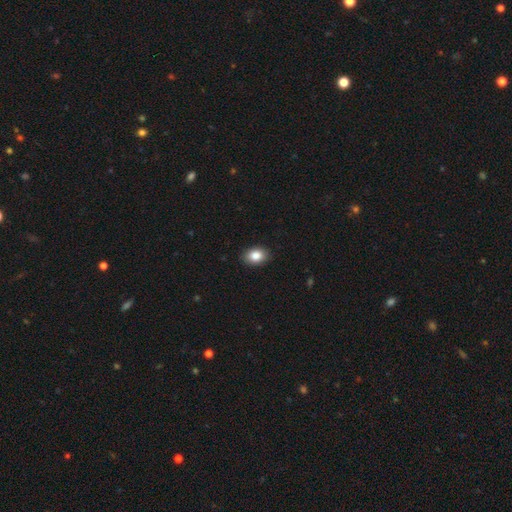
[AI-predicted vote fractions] Morphology: type=smooth (86%); roundness=in between (74%); merging=none (89%).